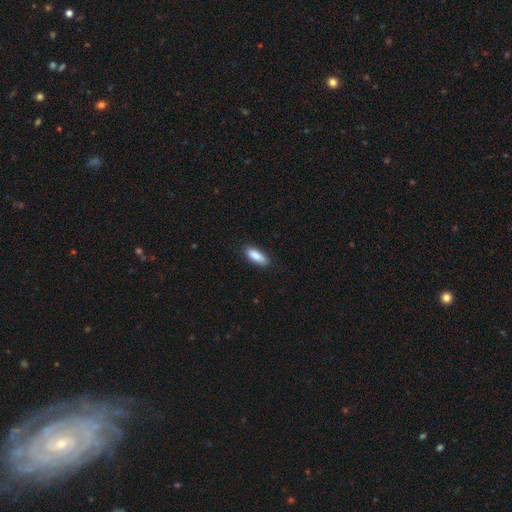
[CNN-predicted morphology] A smooth galaxy with no disk features (87%) that is in between round and cigar-shaped (72%). Merging: none (86%).